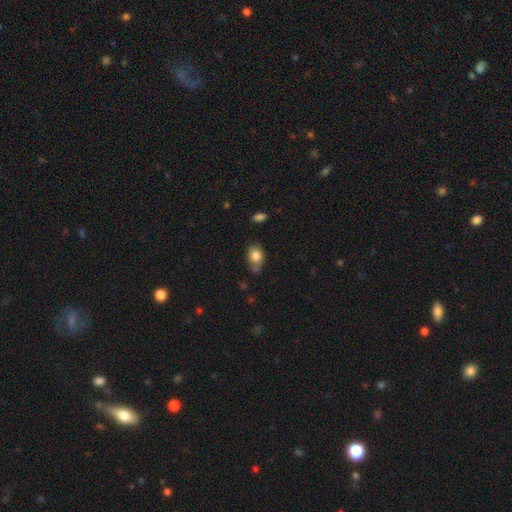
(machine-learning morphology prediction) smooth 81%, featured or disk 10%, star or artifact 9%. Down the decision tree: how rounded — in between (71%); merging — none (57%).